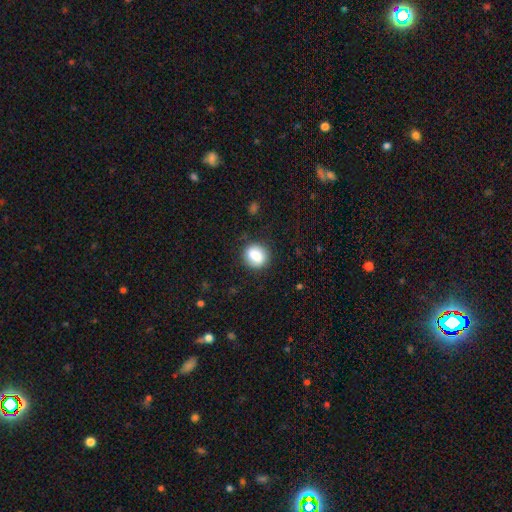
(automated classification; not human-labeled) smooth_or_featured: smooth (p=0.82) [alt: featured or disk p=0.10]
how_rounded: round (p=0.74) [alt: in between p=0.25]
merging: none (p=0.84) [alt: minor disturbance p=0.11]